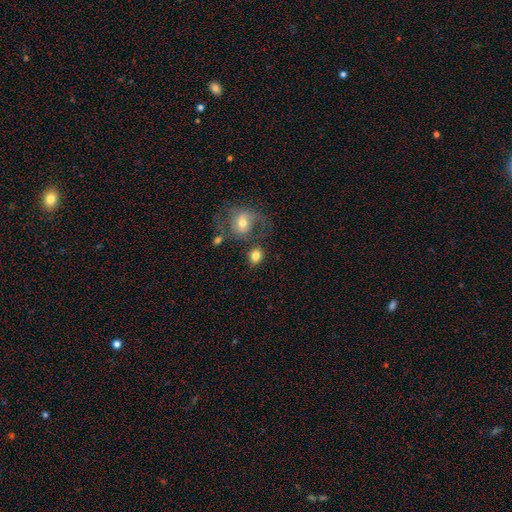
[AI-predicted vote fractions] Smooth or featured?
  - smooth: 79% *
  - featured or disk: 13%
  - star or artifact: 9%
How rounded?
  - in between: 50% *
  - round: 49%
  - cigar-shaped: 1%
Merging?
  - none: 60% *
  - merger: 18%
  - minor disturbance: 14%
  - major disturbance: 8%